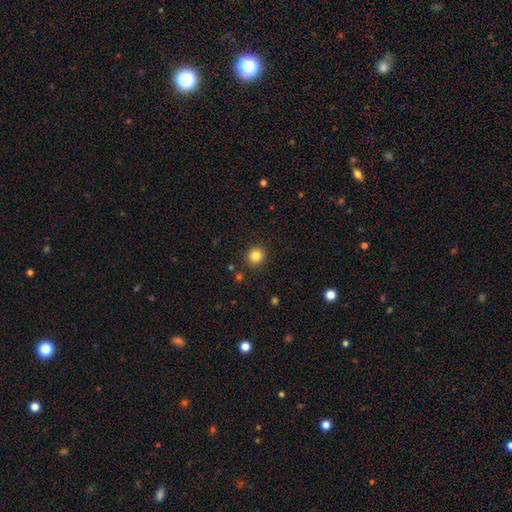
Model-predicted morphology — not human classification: smooth-or-featured: smooth: 83% | star or artifact: 12% | featured or disk: 5%
  how-rounded: round: 89% | in between: 10% | cigar-shaped: 1%
  merging: none: 91% | minor disturbance: 6% | major disturbance: 2% | merger: 2%